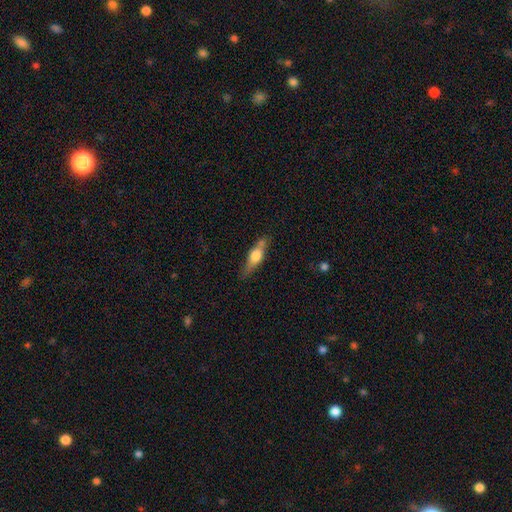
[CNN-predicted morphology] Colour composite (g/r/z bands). It shows a featured or disk galaxy (49%). Merging: none (69%).